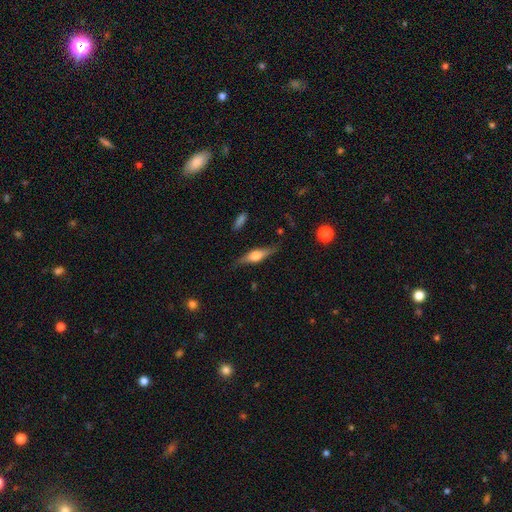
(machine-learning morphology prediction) A featured or disk galaxy (61%) viewed edge-on (95%) with a rounded central bulge (87%).

Vote fractions:
- Smooth or featured? featured or disk: 61% / smooth: 32% / star or artifact: 7%
- Edge-on disk? yes: 95% / no: 5%
- Edge-on bulge? rounded: 87% / boxy: 10% / none: 2%
- Merging? none: 81% / minor disturbance: 14% / major disturbance: 4% / merger: 2%